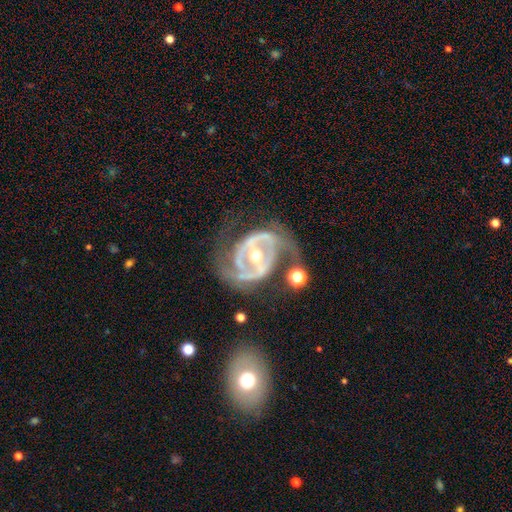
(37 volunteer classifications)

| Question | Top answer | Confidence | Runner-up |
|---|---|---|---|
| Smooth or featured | featured or disk | 92% | smooth (8%) |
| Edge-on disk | no | 97% | yes (3%) |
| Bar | strong | 45% | weak (33%) |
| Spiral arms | yes | 97% | no (3%) |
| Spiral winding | medium | 78% | loose (16%) |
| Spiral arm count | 2 | 91% | 3 (3%) |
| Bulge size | moderate | 61% | small (36%) |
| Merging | none | 57% | minor disturbance (22%) |